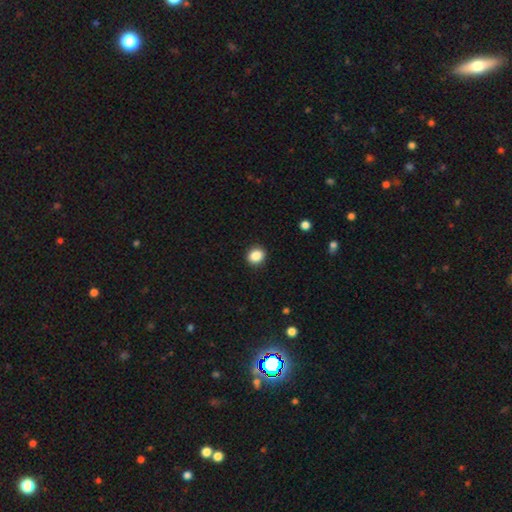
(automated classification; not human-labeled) A smooth galaxy with no disk features (87%) that is round (68%).

Vote fractions:
- Smooth or featured? smooth: 87% / star or artifact: 9% / featured or disk: 4%
- How rounded? round: 68% / in between: 31% / cigar-shaped: 1%
- Merging? none: 91% / minor disturbance: 6% / major disturbance: 2% / merger: 1%